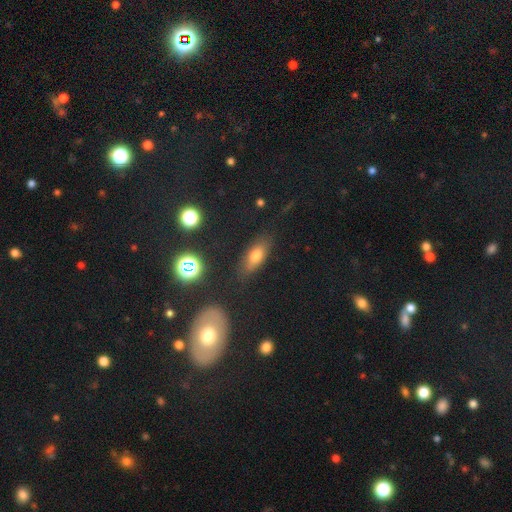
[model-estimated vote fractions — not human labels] smooth 69%, featured or disk 17%, star or artifact 14%. Down the decision tree: how rounded — in between (73%); merging — none (80%).